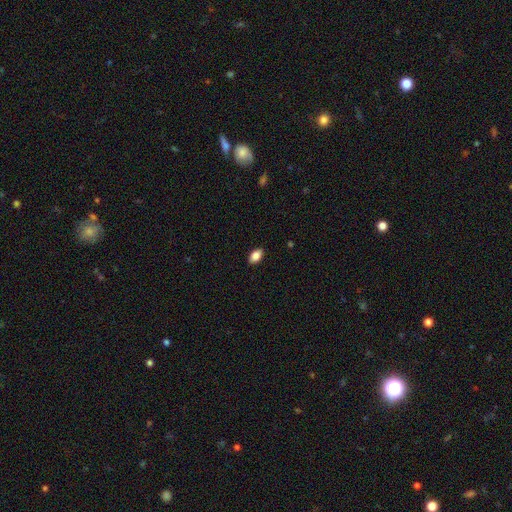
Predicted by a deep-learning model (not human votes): smooth 86%, star or artifact 8%, featured or disk 6%. Down the decision tree: how rounded — in between (91%); merging — none (89%).